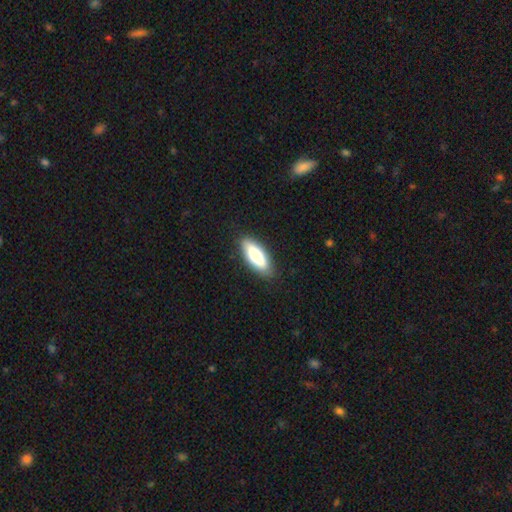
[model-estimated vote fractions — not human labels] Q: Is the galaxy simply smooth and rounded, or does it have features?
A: smooth — 77%.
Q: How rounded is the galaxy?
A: in between — 70%.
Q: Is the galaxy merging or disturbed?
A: none — 87%.